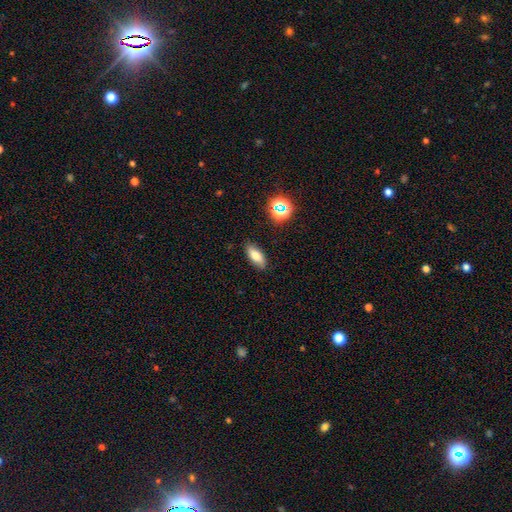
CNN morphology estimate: A smooth galaxy with no disk features (74%) that is in between round and cigar-shaped (79%).

Vote fractions:
- Smooth or featured? smooth: 74% / featured or disk: 15% / star or artifact: 11%
- How rounded? in between: 79% / cigar-shaped: 17% / round: 4%
- Merging? none: 85% / minor disturbance: 11% / major disturbance: 2% / merger: 2%